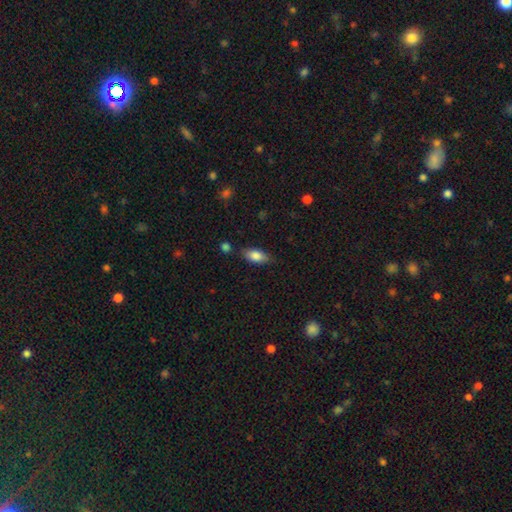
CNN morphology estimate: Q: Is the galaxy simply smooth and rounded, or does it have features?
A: smooth — 82%.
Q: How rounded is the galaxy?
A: in between — 87%.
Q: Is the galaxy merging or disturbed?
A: none — 76%.